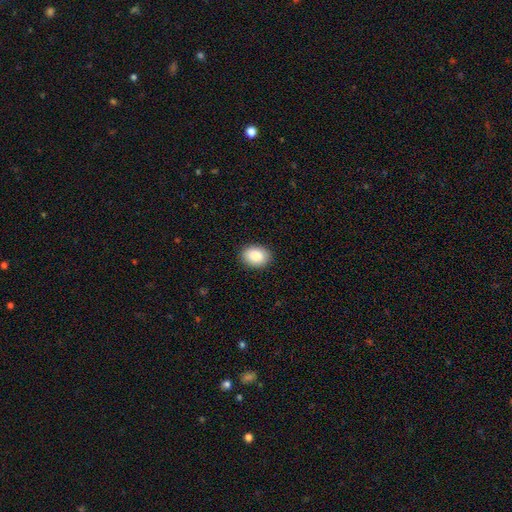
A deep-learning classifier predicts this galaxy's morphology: smooth 88%, star or artifact 7%, featured or disk 5%. Down the decision tree: how rounded — in between (74%); merging — none (89%).